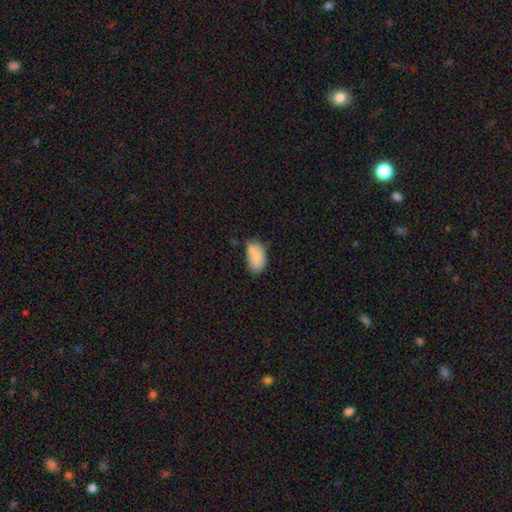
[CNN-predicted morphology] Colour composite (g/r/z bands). It shows a smooth galaxy with no disk features (83%) that is in between round and cigar-shaped (92%). Merging: none (47%).